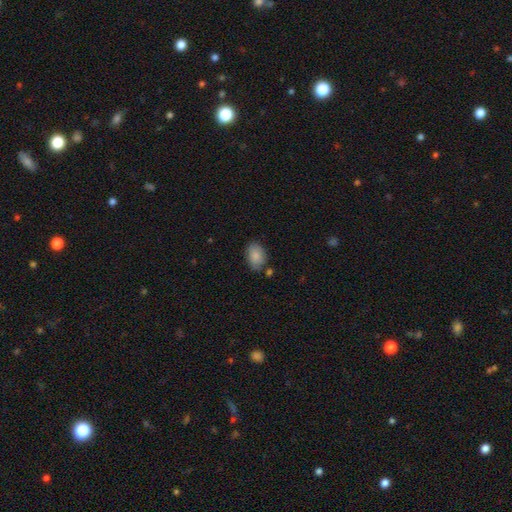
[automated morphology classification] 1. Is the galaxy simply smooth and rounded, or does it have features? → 86% smooth, 7% star or artifact, 7% featured or disk.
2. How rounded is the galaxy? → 85% in between, 14% round, 1% cigar-shaped.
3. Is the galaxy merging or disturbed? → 73% none, 17% minor disturbance, 5% merger, 4% major disturbance.